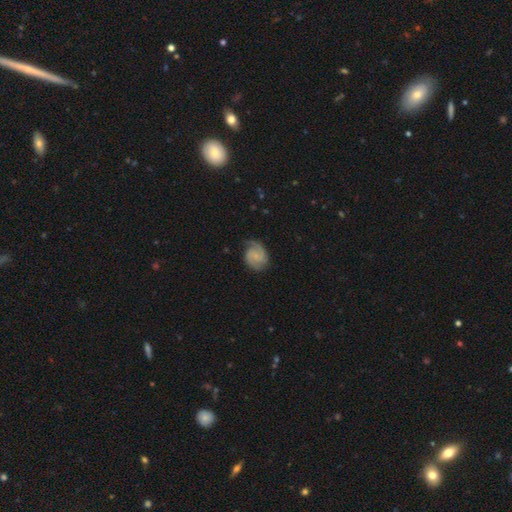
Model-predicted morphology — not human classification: Smooth or featured: featured or disk — 79% (smooth — 16%)
Edge-on disk: no — 98% (yes — 2%)
Bar: no — 60% (weak — 34%)
Spiral arms: yes — 97% (no — 3%)
Spiral winding: medium — 46% (tight — 41%)
Spiral arm count: 2 — 80% (1 — 7%)
Bulge size: small — 61% (none — 21%)
Merging: none — 72% (minor disturbance — 20%)